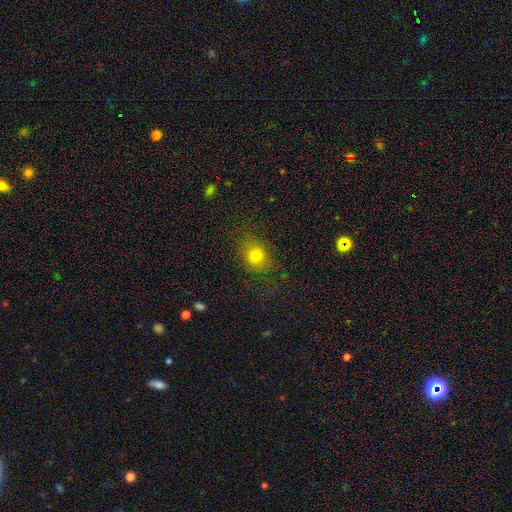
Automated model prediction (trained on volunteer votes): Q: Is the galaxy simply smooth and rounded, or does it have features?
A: smooth — 76%.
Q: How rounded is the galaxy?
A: round — 57%.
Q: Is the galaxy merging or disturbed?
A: none — 77%.